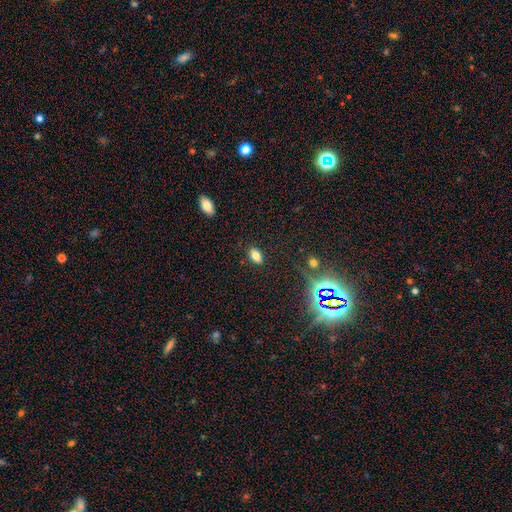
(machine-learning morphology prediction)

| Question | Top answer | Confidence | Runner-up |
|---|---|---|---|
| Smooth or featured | smooth | 78% | star or artifact (13%) |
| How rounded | in between | 89% | round (6%) |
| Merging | none | 87% | minor disturbance (9%) |